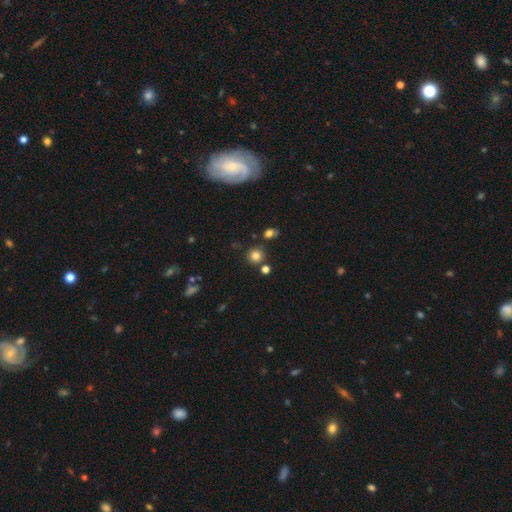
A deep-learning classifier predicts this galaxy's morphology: A smooth galaxy with no disk features (79%) that is round (91%).

Vote fractions:
- Smooth or featured? smooth: 79% / star or artifact: 15% / featured or disk: 6%
- How rounded? round: 91% / in between: 8% / cigar-shaped: 1%
- Merging? none: 79% / minor disturbance: 9% / merger: 9% / major disturbance: 3%